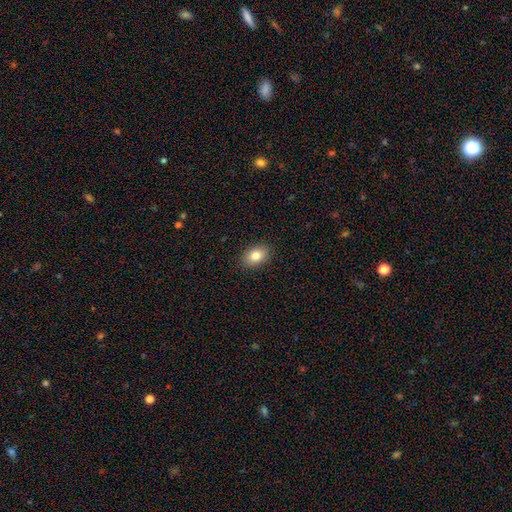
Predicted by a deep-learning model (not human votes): The model was most divided on "how rounded": in between: 80%, round: 19%, cigar-shaped: 1%. More confident: merging — none (89%); smooth or featured — smooth (81%).